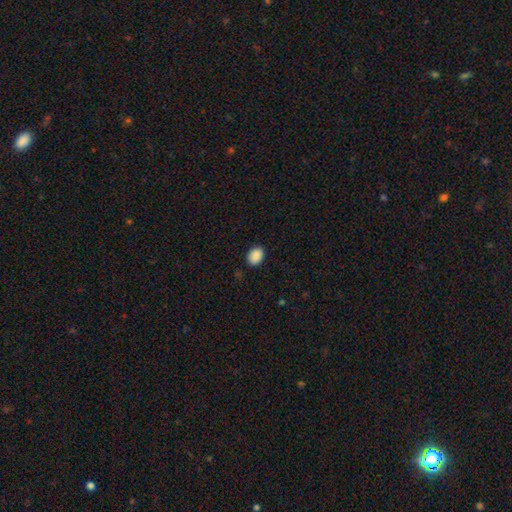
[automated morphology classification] Overall: smooth (90%). How rounded: in between (68%; round 31%). Merging: none (88%).